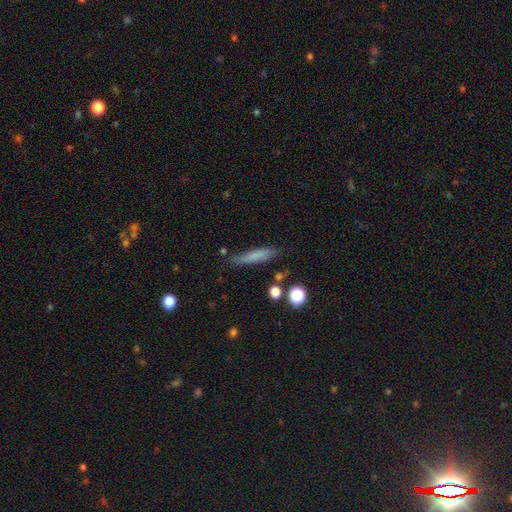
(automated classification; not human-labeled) Smooth or featured: smooth — 73% (featured or disk — 19%)
How rounded: cigar-shaped — 86% (in between — 12%)
Merging: none — 75% (minor disturbance — 17%)